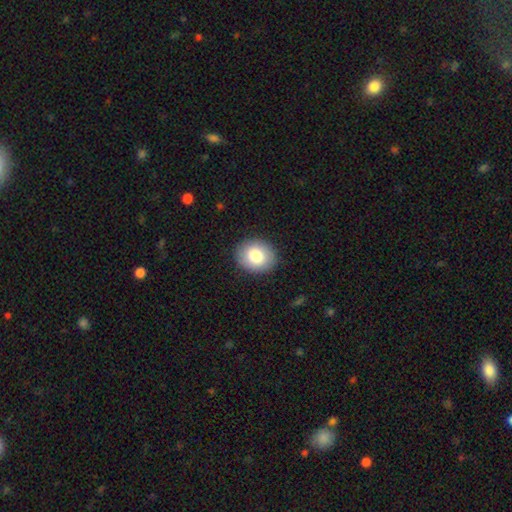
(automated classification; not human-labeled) Smooth or featured: smooth — 83% (featured or disk — 9%)
How rounded: round — 62% (in between — 37%)
Merging: none — 89% (minor disturbance — 8%)